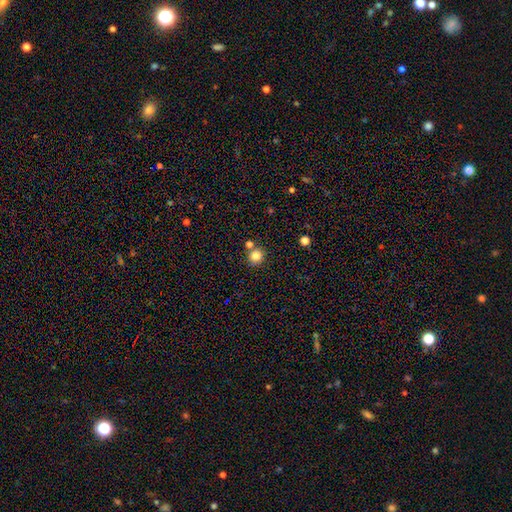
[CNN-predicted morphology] smooth 83%, star or artifact 12%, featured or disk 5%. Down the decision tree: how rounded — round (90%); merging — none (71%).